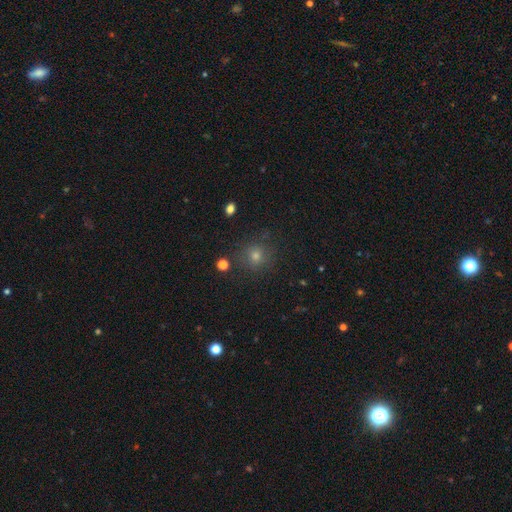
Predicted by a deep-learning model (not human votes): Overall: smooth (66%). How rounded: round (91%). Merging: none (85%).